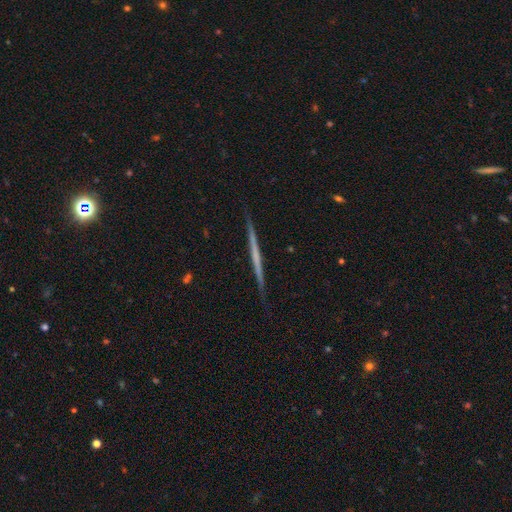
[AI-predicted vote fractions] A featured or disk galaxy (63%) viewed edge-on (98%) with no central bulge (90%).

Vote fractions:
- Smooth or featured? featured or disk: 63% / smooth: 31% / star or artifact: 5%
- Edge-on disk? yes: 98% / no: 2%
- Edge-on bulge? none: 90% / rounded: 7% / boxy: 4%
- Merging? none: 90% / minor disturbance: 7% / major disturbance: 1% / merger: 1%